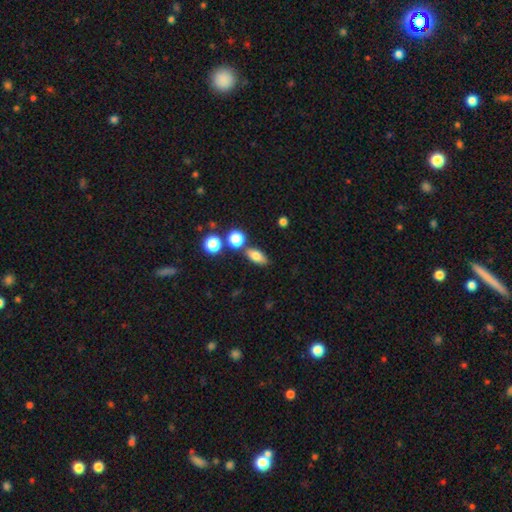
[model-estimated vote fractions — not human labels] Overall: smooth (77%). How rounded: in between (80%). Merging: none (74%).